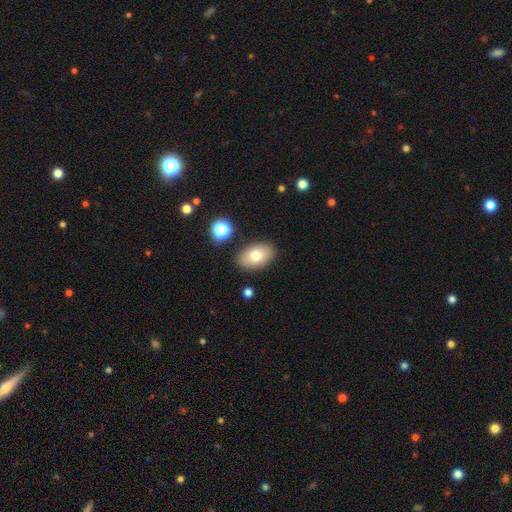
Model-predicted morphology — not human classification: This is likely a smooth galaxy (75%). How rounded: clearly in between (89%). Merging: clearly none (86%).